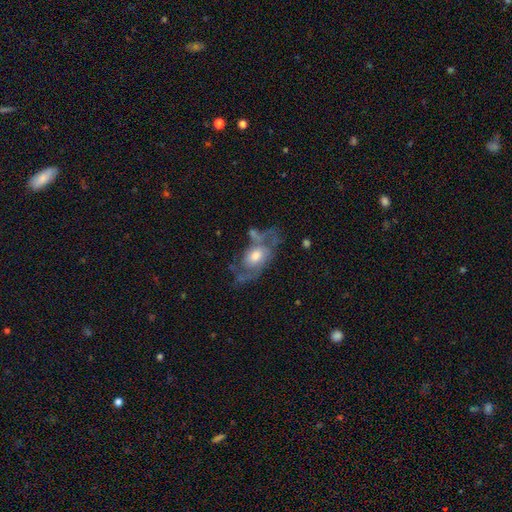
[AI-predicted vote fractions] Overall: featured or disk (69%). Edge-on disk: no (93%). Bar: no (72%). Spiral arms: yes (73%). Bulge size: moderate (63%). Merging: none (40%; major disturbance 28%).